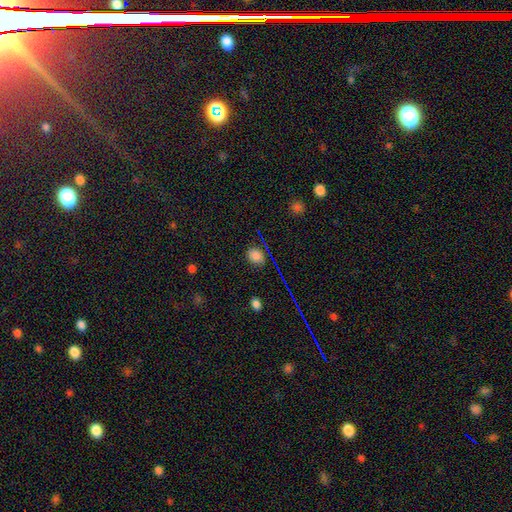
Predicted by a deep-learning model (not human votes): Morphology: type=smooth (75%); roundness=round (66%); merging=none (83%).